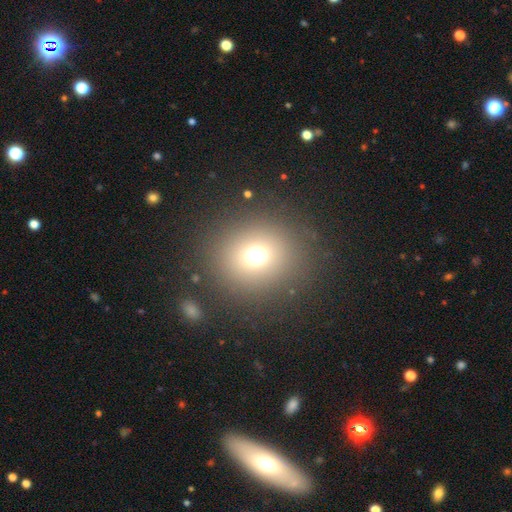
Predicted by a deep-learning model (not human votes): This appears to be a smooth galaxy with no disk features (69%) that is round (82%). Merging: none (86%).